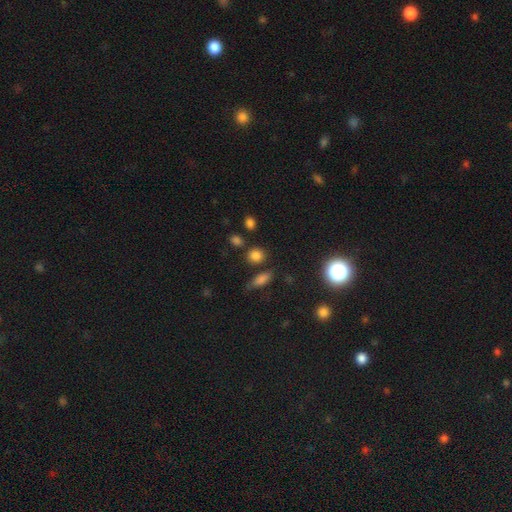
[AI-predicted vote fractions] smooth_or_featured: smooth (p=0.80) [alt: star or artifact p=0.15]
how_rounded: round (p=0.68) [alt: in between p=0.30]
merging: none (p=0.76) [alt: minor disturbance p=0.12]